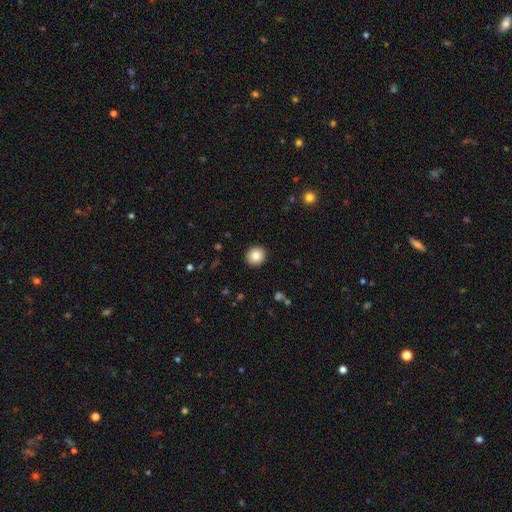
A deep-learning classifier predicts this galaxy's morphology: Smooth or featured? Predicted: smooth (p=0.84). How rounded? Predicted: round (p=0.90). Merging? Predicted: none (p=0.92).